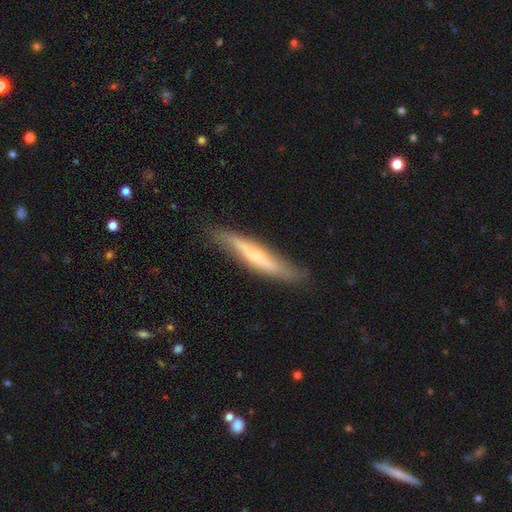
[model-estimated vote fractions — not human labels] A featured or disk galaxy (54%) viewed edge-on (78%).

Vote fractions:
- Smooth or featured? featured or disk: 54% / smooth: 40% / star or artifact: 6%
- Edge-on disk? yes: 78% / no: 22%
- Merging? none: 80% / minor disturbance: 15% / major disturbance: 3% / merger: 1%